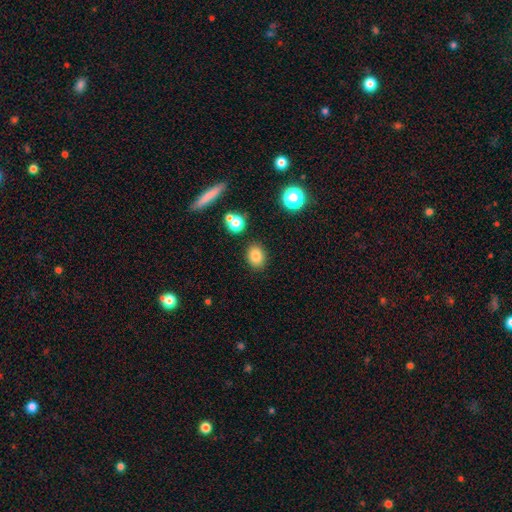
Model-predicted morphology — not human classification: The model was most divided on "how rounded": in between: 60%, round: 38%, cigar-shaped: 2%. More confident: merging — none (85%); smooth or featured — smooth (82%).